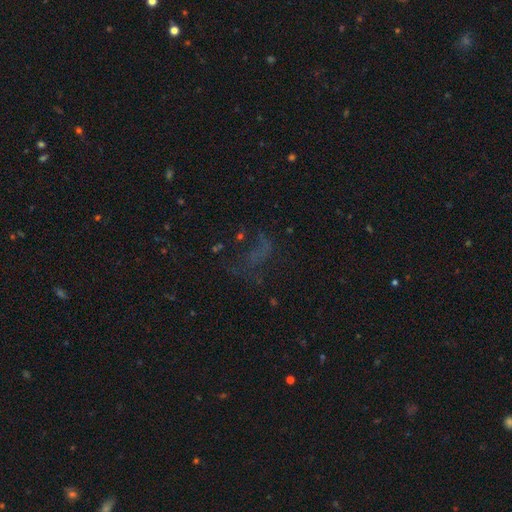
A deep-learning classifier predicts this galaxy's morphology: This appears to be a star or artifact, not a galaxy (47%).